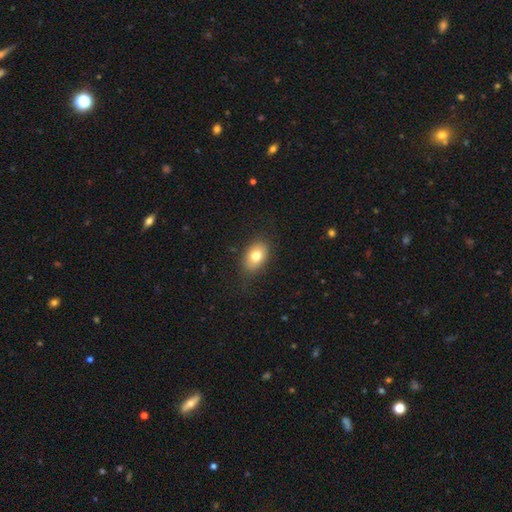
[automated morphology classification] Smooth or featured?
  - smooth: 76% *
  - featured or disk: 15%
  - star or artifact: 9%
How rounded?
  - in between: 79% *
  - round: 20%
  - cigar-shaped: 1%
Merging?
  - none: 81% *
  - minor disturbance: 14%
  - major disturbance: 4%
  - merger: 1%